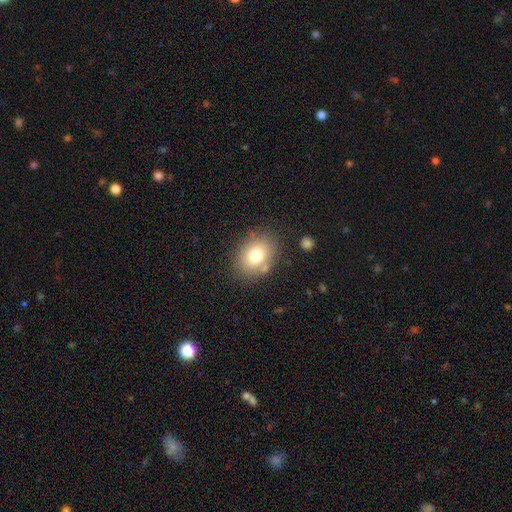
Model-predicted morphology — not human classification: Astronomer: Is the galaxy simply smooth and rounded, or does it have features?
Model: smooth — 77%.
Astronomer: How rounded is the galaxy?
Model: in between — 62%.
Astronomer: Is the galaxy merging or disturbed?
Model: none — 76%.